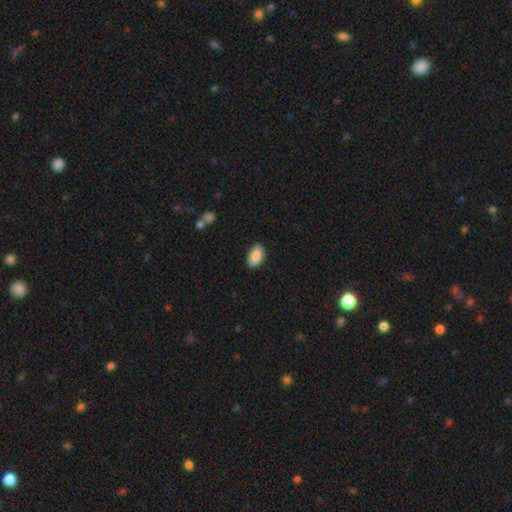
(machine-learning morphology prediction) This appears to be a smooth galaxy with no disk features (85%) that is in between round and cigar-shaped (92%). Merging: none (88%).